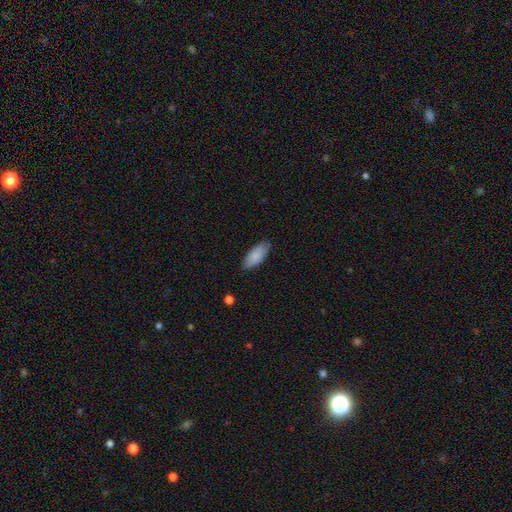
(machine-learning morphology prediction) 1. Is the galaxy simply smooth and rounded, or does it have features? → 86% smooth, 9% featured or disk, 6% star or artifact.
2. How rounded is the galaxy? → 84% in between, 14% cigar-shaped, 2% round.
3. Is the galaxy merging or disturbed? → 83% none, 14% minor disturbance, 2% major disturbance, 1% merger.